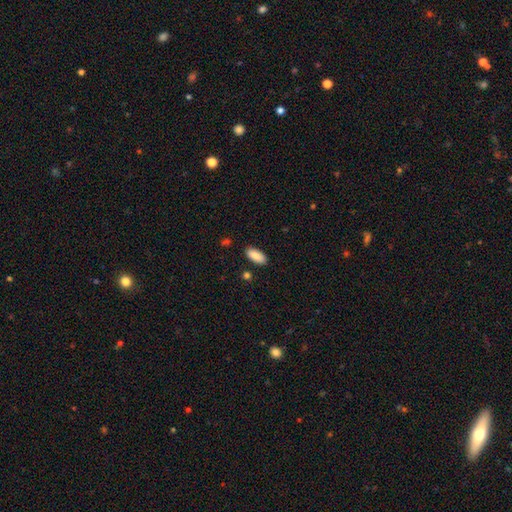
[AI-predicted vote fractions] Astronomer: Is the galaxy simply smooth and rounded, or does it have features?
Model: smooth — 87%.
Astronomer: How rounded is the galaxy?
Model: in between — 88%.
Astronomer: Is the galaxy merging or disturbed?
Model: none — 87%.